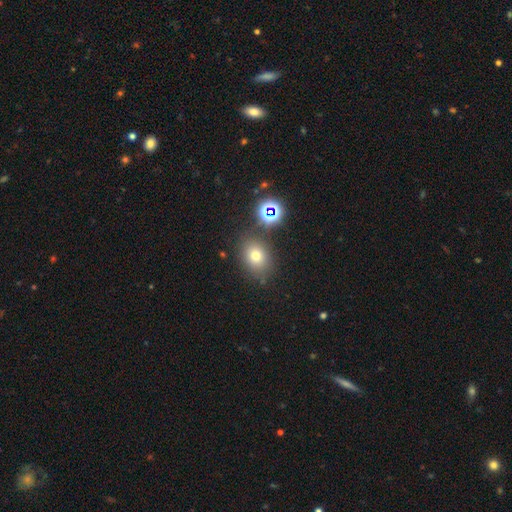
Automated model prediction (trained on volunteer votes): smooth 70%, star or artifact 19%, featured or disk 11%. Down the decision tree: how rounded — round (54%); merging — none (77%).